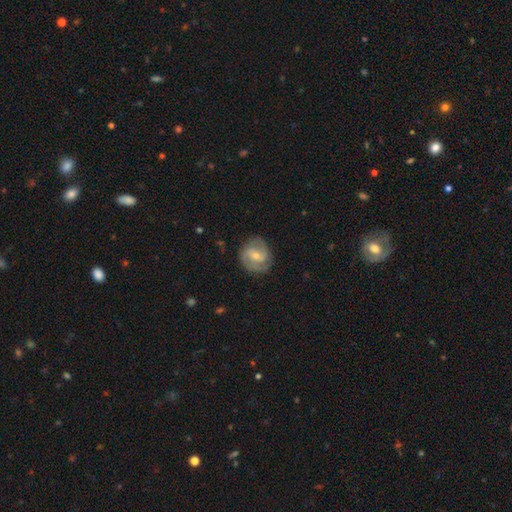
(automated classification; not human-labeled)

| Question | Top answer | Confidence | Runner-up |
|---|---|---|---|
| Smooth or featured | featured or disk | 75% | smooth (19%) |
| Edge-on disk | no | 97% | yes (3%) |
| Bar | weak | 49% | no (31%) |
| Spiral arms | yes | 93% | no (7%) |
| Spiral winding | medium | 49% | tight (32%) |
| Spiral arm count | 2 | 77% | can't tell (9%) |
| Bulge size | small | 59% | moderate (37%) |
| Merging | none | 80% | minor disturbance (14%) |